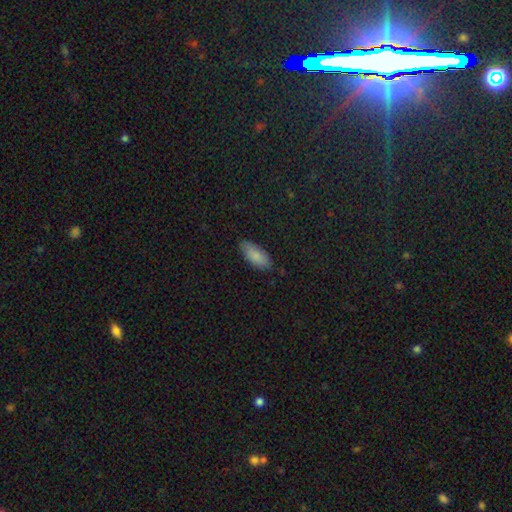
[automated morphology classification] A smooth galaxy with no disk features (87%) that is in between round and cigar-shaped (82%). Merging: none (82%).